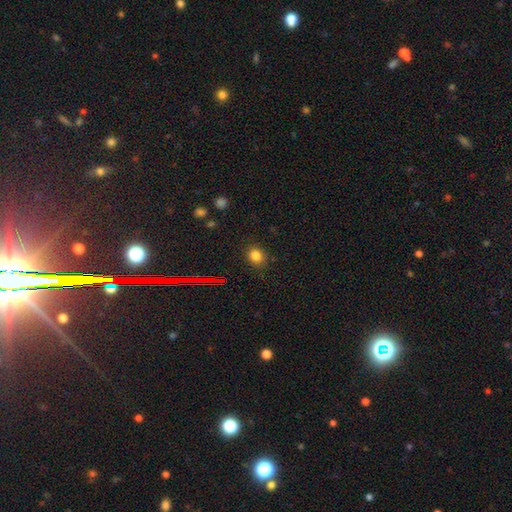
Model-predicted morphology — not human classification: Smooth or featured: smooth — 80% (star or artifact — 14%)
How rounded: round — 64% (in between — 35%)
Merging: none — 86% (minor disturbance — 9%)